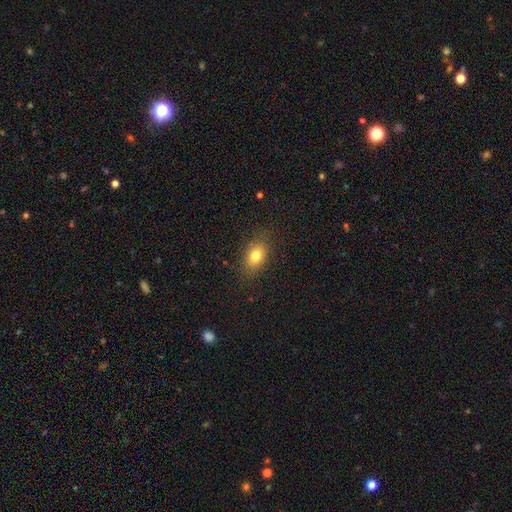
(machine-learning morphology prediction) The model was most divided on "how rounded": in between: 77%, round: 20%, cigar-shaped: 3%. More confident: merging — none (82%); smooth or featured — smooth (78%).